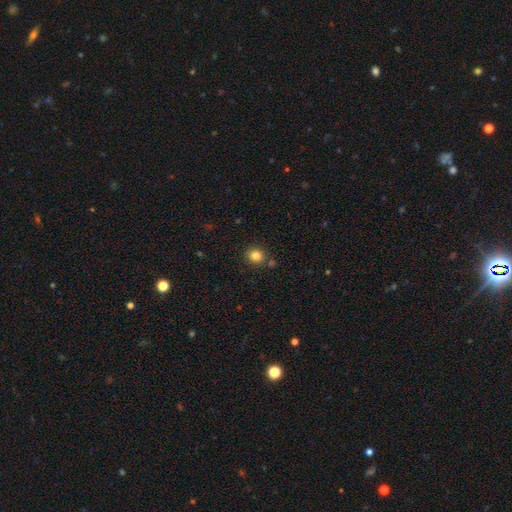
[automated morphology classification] A smooth galaxy with no disk features (83%) that is round (80%). Merging: none (81%).